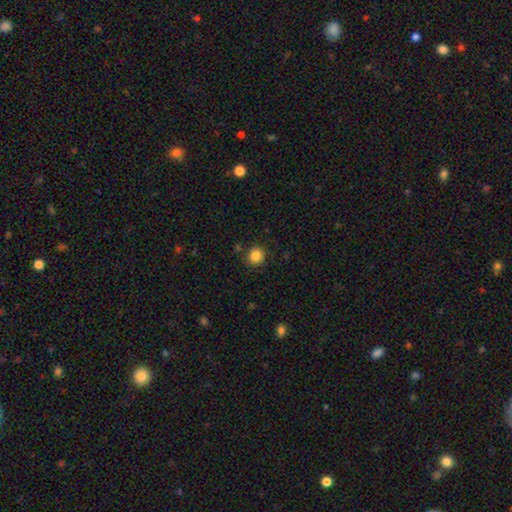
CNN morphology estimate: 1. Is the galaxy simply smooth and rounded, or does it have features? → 86% smooth, 11% star or artifact, 3% featured or disk.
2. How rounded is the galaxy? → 92% round, 7% in between, 1% cigar-shaped.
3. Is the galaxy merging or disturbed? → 87% none, 8% minor disturbance, 3% major disturbance, 2% merger.